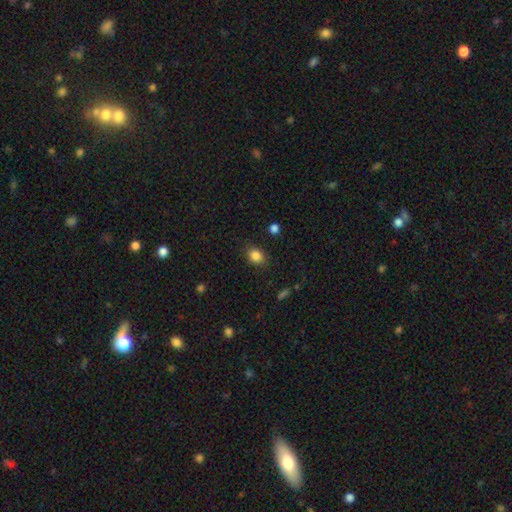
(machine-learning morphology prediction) This is clearly a smooth galaxy (85%). How rounded: possibly in between (50%). Merging: clearly none (83%).